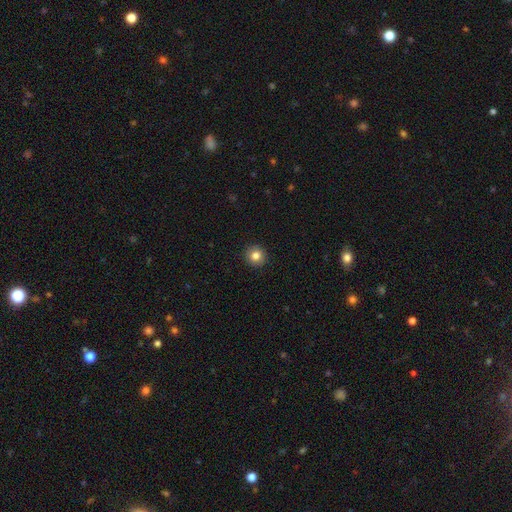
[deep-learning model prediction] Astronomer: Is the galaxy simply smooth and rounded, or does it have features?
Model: smooth — 83%.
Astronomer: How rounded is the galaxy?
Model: round — 93%.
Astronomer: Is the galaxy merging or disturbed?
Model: none — 92%.